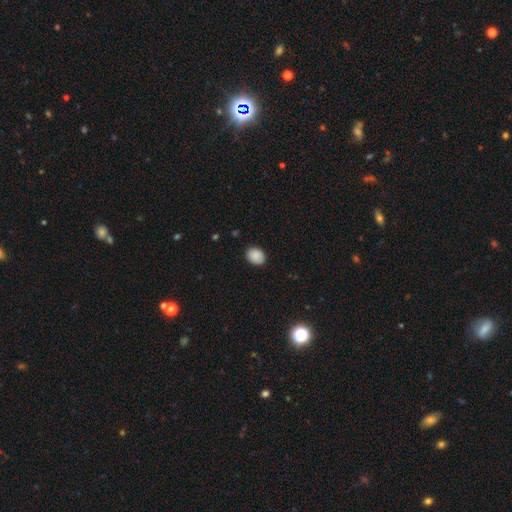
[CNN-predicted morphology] A smooth galaxy with no disk features (89%) that is in between round and cigar-shaped (54%).

Vote fractions:
- Smooth or featured? smooth: 89% / star or artifact: 8% / featured or disk: 3%
- How rounded? in between: 54% / round: 45% / cigar-shaped: 1%
- Merging? none: 87% / minor disturbance: 10% / major disturbance: 2% / merger: 1%